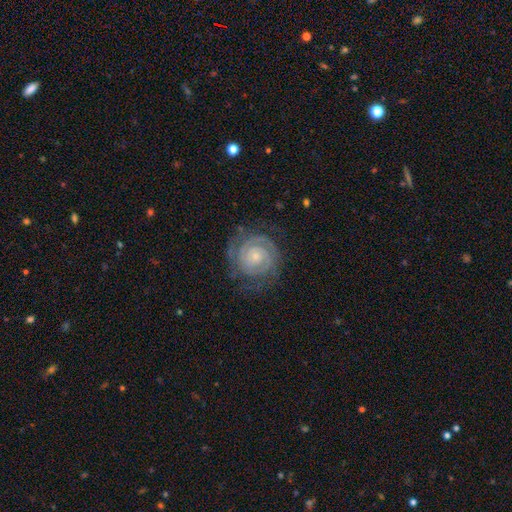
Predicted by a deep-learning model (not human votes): Q: Smooth or featured?
A: featured or disk (88%); runner-up: smooth (7%)
Q: Edge-on disk?
A: no (98%); runner-up: yes (2%)
Q: Bar?
A: no (74%); runner-up: weak (20%)
Q: Spiral arms?
A: yes (98%); runner-up: no (2%)
Q: Spiral winding?
A: tight (83%); runner-up: medium (14%)
Q: Spiral arm count?
A: 2 (62%); runner-up: 3 (13%)
Q: Bulge size?
A: small (76%); runner-up: moderate (19%)
Q: Merging?
A: none (77%); runner-up: minor disturbance (16%)